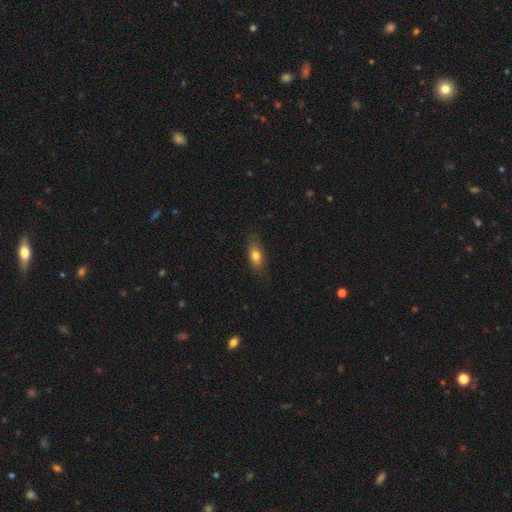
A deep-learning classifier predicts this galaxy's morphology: Smooth or featured? Predicted: smooth (p=0.76). How rounded? Predicted: in between (p=0.80). Merging? Predicted: none (p=0.78).